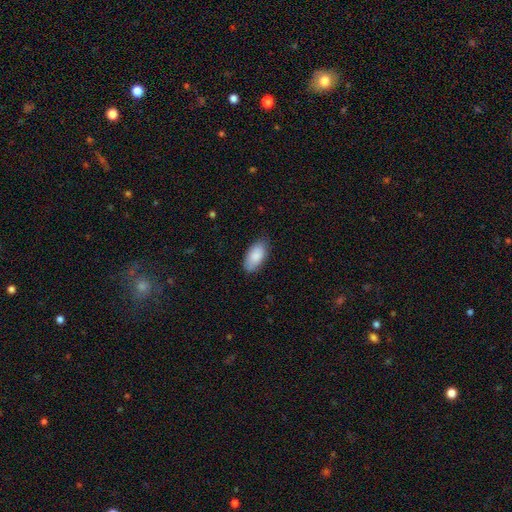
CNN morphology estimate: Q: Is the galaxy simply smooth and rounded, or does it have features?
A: smooth — 86%.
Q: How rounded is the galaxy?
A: in between — 94%.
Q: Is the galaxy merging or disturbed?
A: none — 80%.